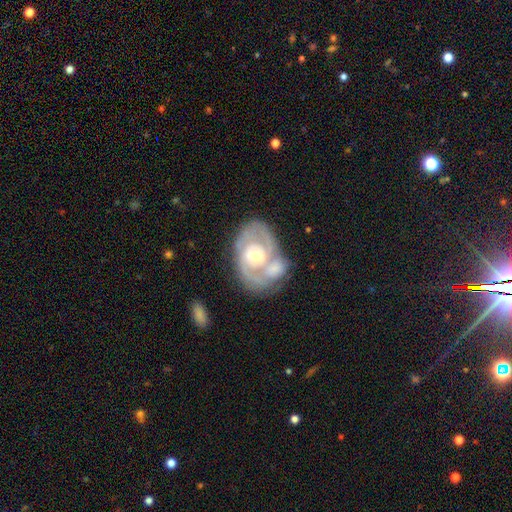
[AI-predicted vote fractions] Smooth or featured? featured or disk (84%)
Edge-on disk? no (97%)
Bar? no (59%)
Spiral arms? yes (90%)
Spiral winding? tight (54%)
Spiral arm count? 2 (67%)
Bulge size? moderate (67%)
Merging? none (43%)